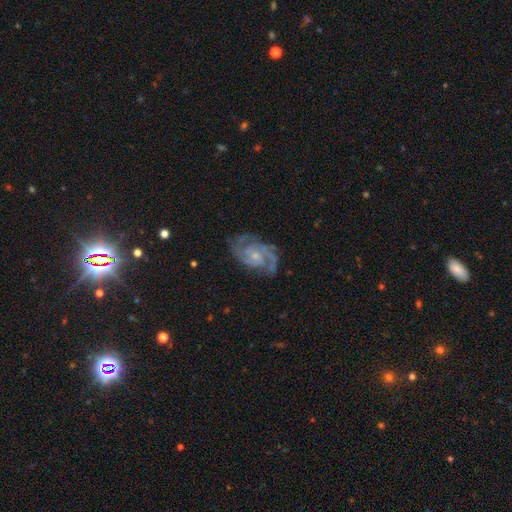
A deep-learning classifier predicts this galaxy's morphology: A featured or disk galaxy (90%) with no bar (61%), 2 (55%) medium (47%) spiral arms (98%) and a small central bulge (68%). Merging: none (74%).